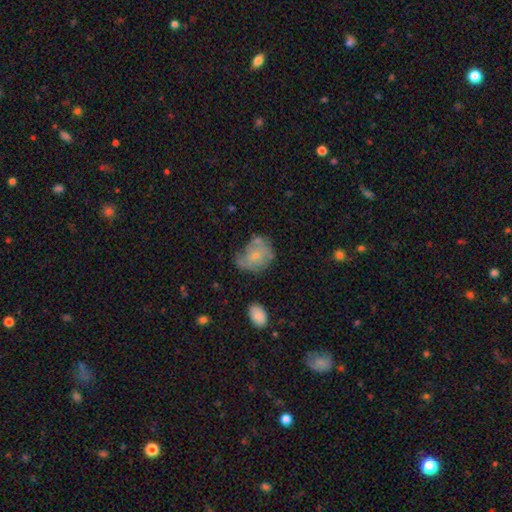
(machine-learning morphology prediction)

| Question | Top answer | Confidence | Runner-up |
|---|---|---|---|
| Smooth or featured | smooth | 46% | featured or disk (45%) |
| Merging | none | 38% | minor disturbance (32%) |